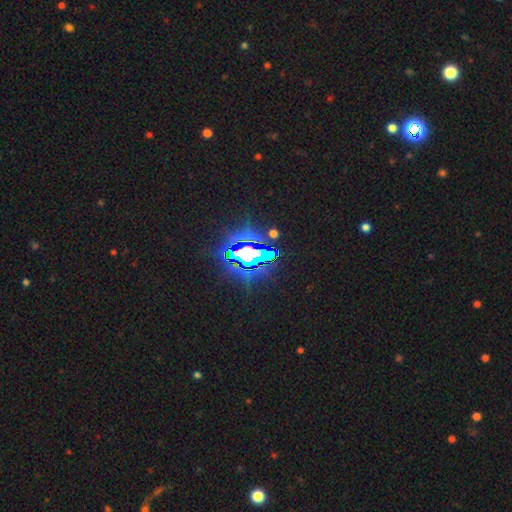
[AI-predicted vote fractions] smooth_or_featured: star or artifact (p=0.77) [alt: featured or disk p=0.12]